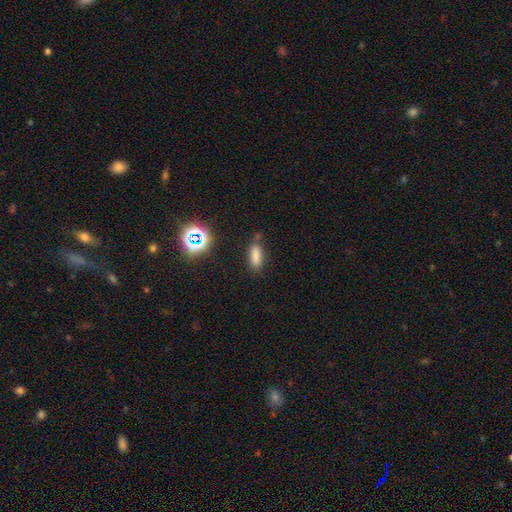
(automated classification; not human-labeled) smooth-or-featured: smooth: 77% | star or artifact: 16% | featured or disk: 7%
  how-rounded: in between: 66% | cigar-shaped: 30% | round: 4%
  merging: none: 75% | minor disturbance: 16% | merger: 5% | major disturbance: 4%